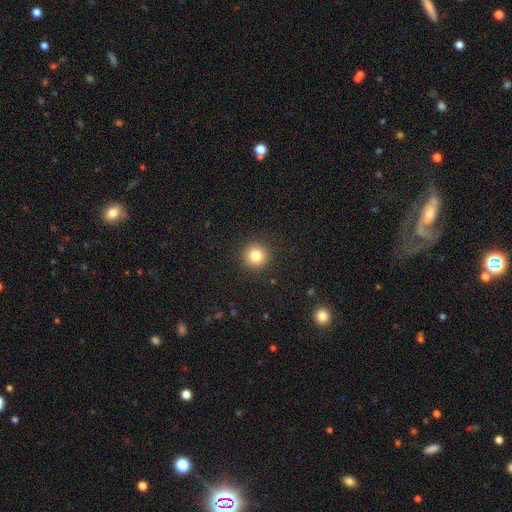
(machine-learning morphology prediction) This appears to be a smooth galaxy with no disk features (82%) that is round (95%). Merging: none (92%).